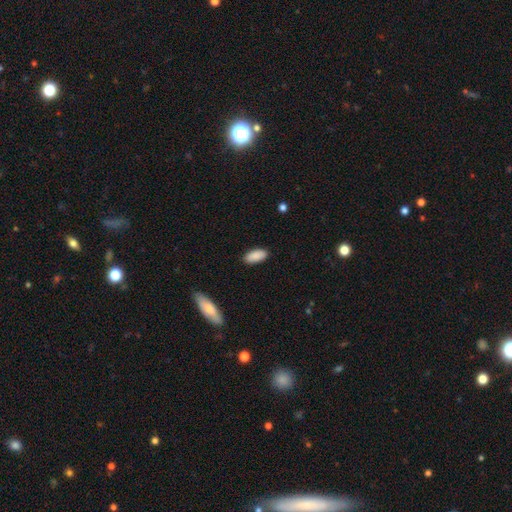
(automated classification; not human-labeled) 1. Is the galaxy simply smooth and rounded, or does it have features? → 90% smooth, 6% star or artifact, 4% featured or disk.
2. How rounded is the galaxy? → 89% in between, 9% cigar-shaped, 2% round.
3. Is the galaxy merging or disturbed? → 88% none, 9% minor disturbance, 2% major disturbance, 1% merger.